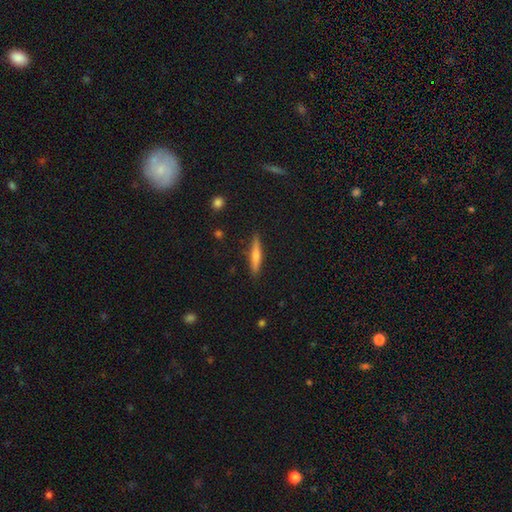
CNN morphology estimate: smooth-or-featured: smooth: 57% | featured or disk: 37% | star or artifact: 6%
  how-rounded: cigar-shaped: 90% | in between: 9% | round: 2%
  merging: none: 89% | minor disturbance: 8% | major disturbance: 2% | merger: 1%